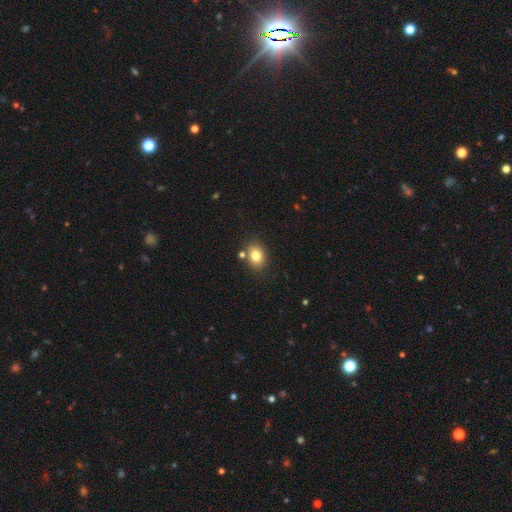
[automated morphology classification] smooth-or-featured: smooth: 81% | star or artifact: 11% | featured or disk: 9%
  how-rounded: in between: 59% | round: 40% | cigar-shaped: 1%
  merging: none: 77% | minor disturbance: 11% | merger: 9% | major disturbance: 3%